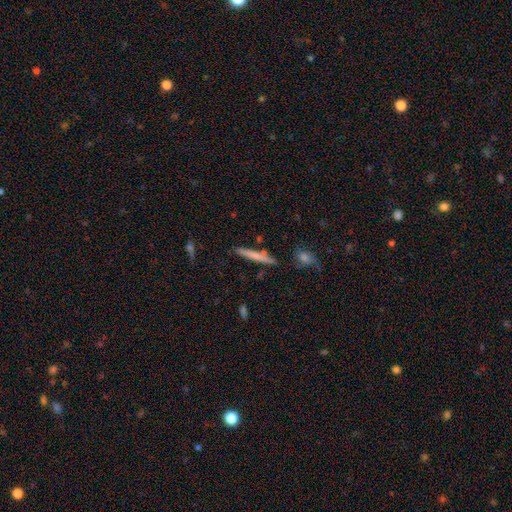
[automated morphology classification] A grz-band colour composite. It shows a smooth galaxy with no disk features (61%) that is cigar-shaped (94%). Merging: none (83%).